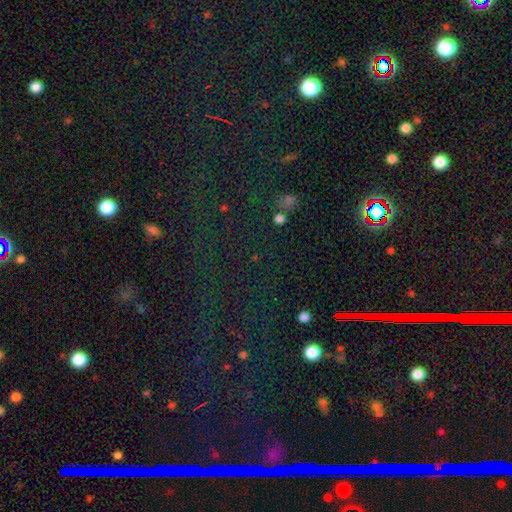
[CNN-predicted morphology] Overall: star or artifact (75%).